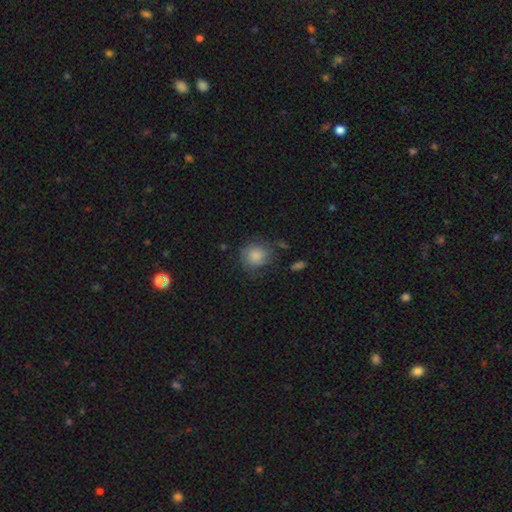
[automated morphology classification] smooth 81%, featured or disk 11%, star or artifact 8%. Down the decision tree: how rounded — round (85%); merging — none (65%).